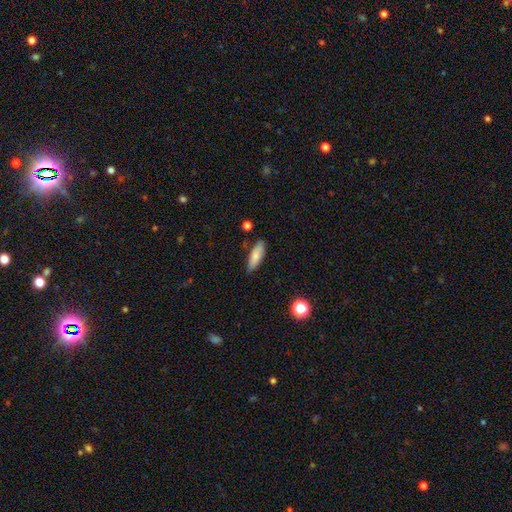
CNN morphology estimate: smooth-or-featured: smooth: 78% | featured or disk: 15% | star or artifact: 7%
  how-rounded: in between: 63% | cigar-shaped: 35% | round: 2%
  merging: none: 80% | minor disturbance: 15% | major disturbance: 3% | merger: 2%